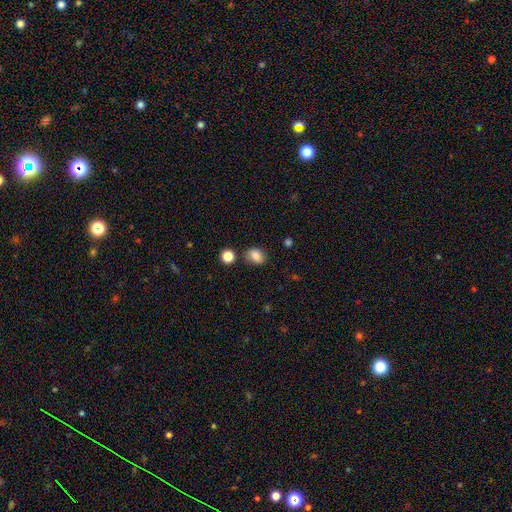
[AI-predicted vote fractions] smooth 84%, star or artifact 10%, featured or disk 6%. Down the decision tree: how rounded — in between (58%); merging — none (77%).